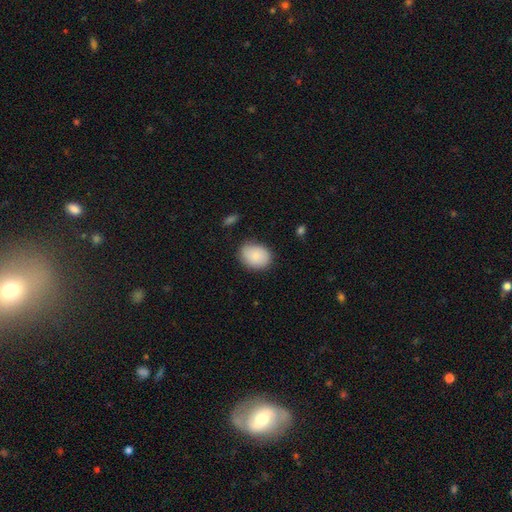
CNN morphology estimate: The model was most divided on "how rounded": in between: 58%, round: 41%, cigar-shaped: 1%. More confident: smooth or featured — smooth (84%); merging — none (78%).